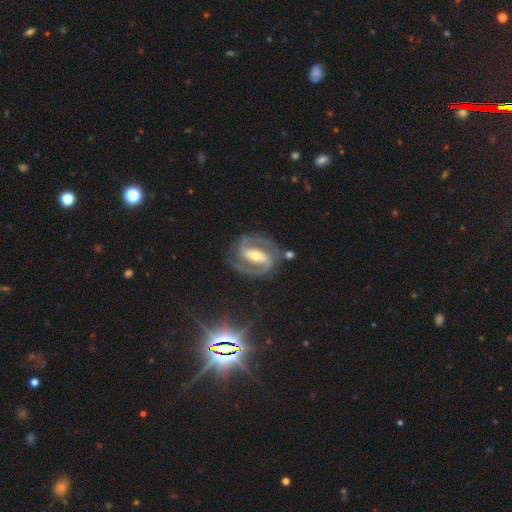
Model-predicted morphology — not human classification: featured or disk 90%, star or artifact 5%, smooth 4%. Down the decision tree: edge-on disk — no (97%); bar — strong (63%); spiral arms — yes (98%); spiral arm count — 2 (92%); spiral winding — medium (51%); bulge size — moderate (58%); merging — none (81%).